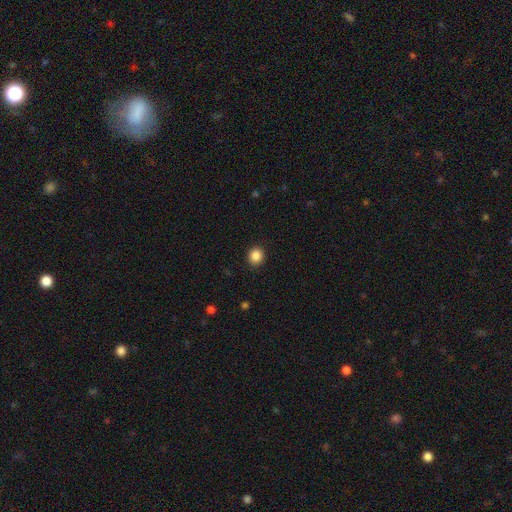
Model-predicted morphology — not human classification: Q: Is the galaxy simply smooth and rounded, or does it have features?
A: smooth — 86%.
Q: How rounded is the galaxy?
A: round — 83%.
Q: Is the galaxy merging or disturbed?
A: none — 91%.